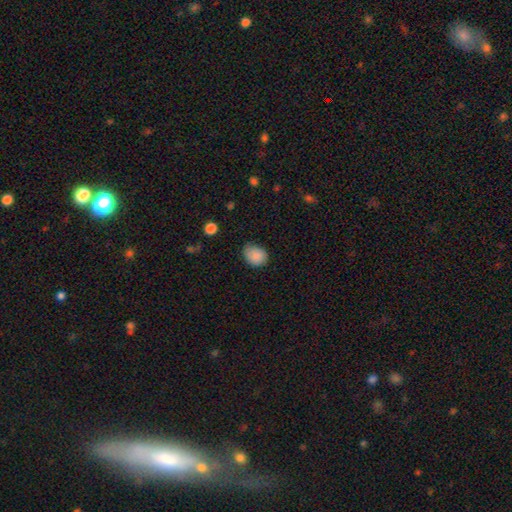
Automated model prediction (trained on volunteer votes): This is clearly a smooth galaxy (87%). How rounded: possibly in between (50%). Merging: likely none (64%).